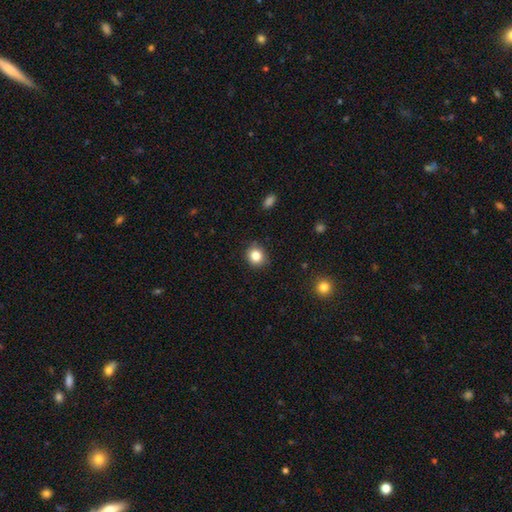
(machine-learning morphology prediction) This is clearly a smooth galaxy (83%). How rounded: clearly round (83%). Merging: clearly none (88%).